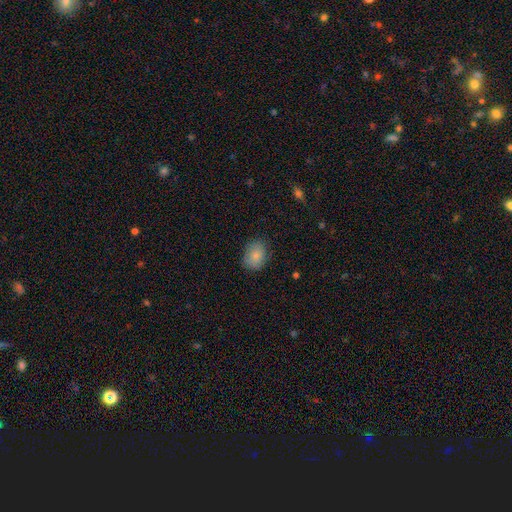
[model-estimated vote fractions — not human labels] smooth 83%, featured or disk 9%, star or artifact 8%. Down the decision tree: how rounded — in between (61%); merging — none (80%).